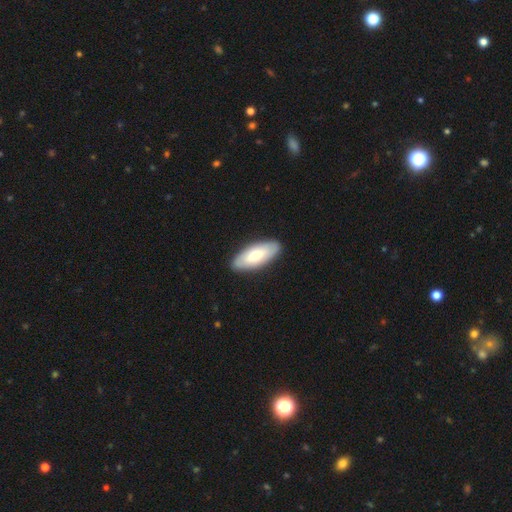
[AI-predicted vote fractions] The model was most divided on "smooth or featured": smooth: 63%, featured or disk: 32%, star or artifact: 5%. More confident: merging — none (89%); how rounded — in between (83%).